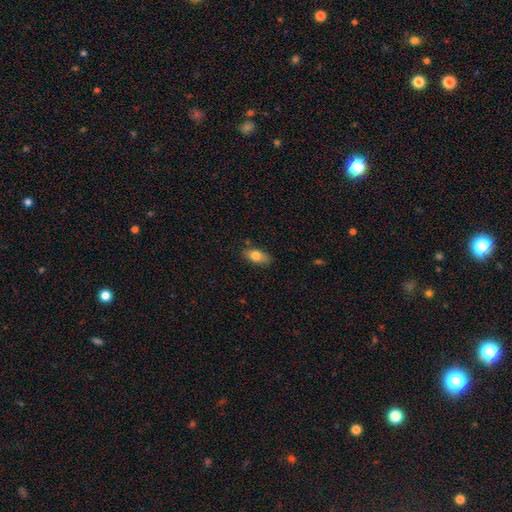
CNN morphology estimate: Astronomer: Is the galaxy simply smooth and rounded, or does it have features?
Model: smooth — 79%.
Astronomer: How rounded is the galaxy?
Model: in between — 87%.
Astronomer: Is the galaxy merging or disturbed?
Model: none — 80%.